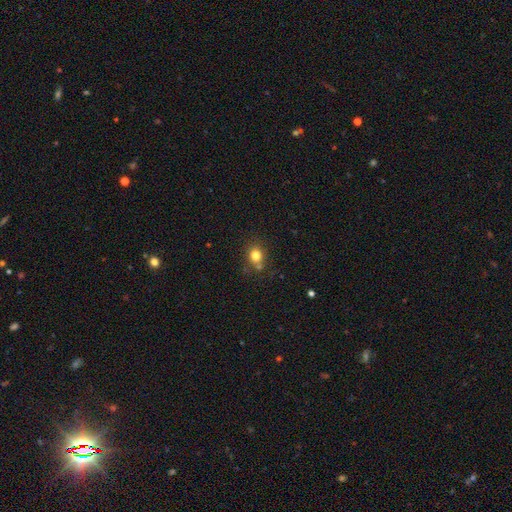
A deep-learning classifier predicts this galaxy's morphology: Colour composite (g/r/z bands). It shows a smooth galaxy with no disk features (79%) that is round (74%). Merging: none (71%).